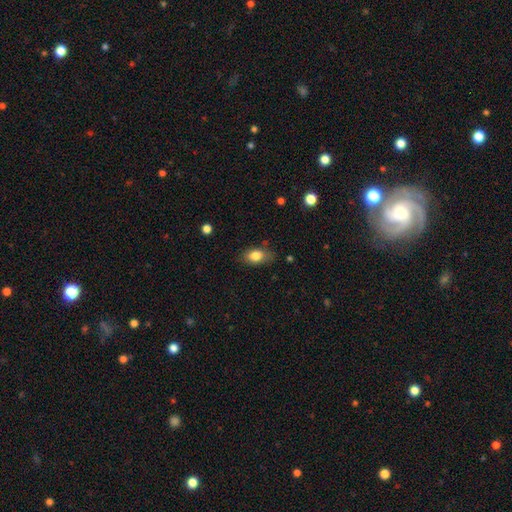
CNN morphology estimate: Q: Smooth or featured?
A: smooth (82%); runner-up: featured or disk (10%)
Q: How rounded?
A: in between (85%); runner-up: round (11%)
Q: Merging?
A: none (77%); runner-up: minor disturbance (18%)